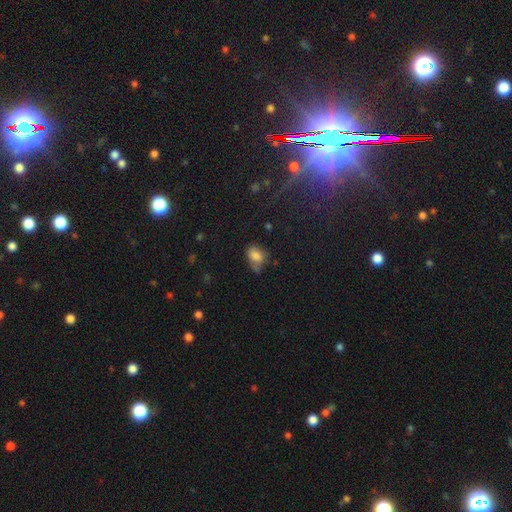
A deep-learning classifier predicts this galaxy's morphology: Q: Smooth or featured?
A: smooth (77%); runner-up: featured or disk (12%)
Q: How rounded?
A: in between (78%); runner-up: round (21%)
Q: Merging?
A: none (39%); runner-up: minor disturbance (38%)